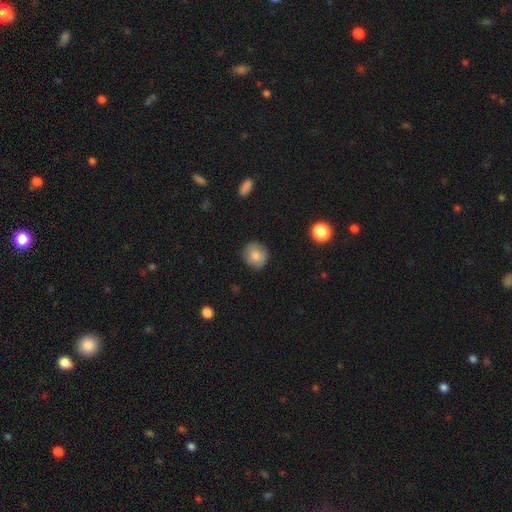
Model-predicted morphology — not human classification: Smooth or featured? smooth (77%)
How rounded? round (83%)
Merging? none (81%)